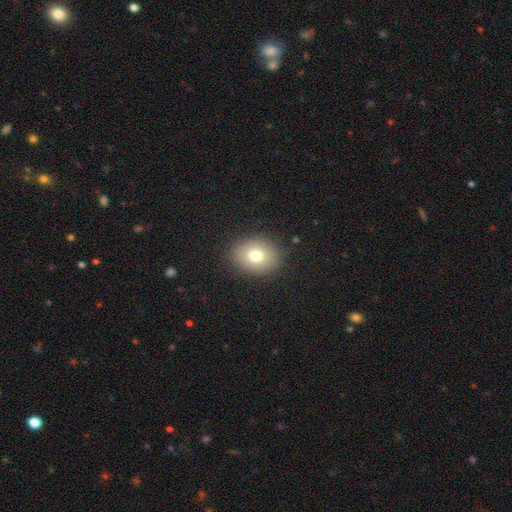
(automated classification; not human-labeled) Overall: smooth (74%). How rounded: in between (50%; round 49%). Merging: none (87%).